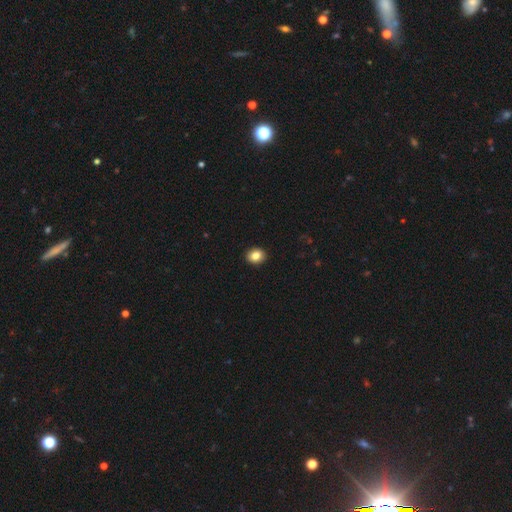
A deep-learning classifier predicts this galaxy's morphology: smooth-or-featured: smooth: 85% | star or artifact: 9% | featured or disk: 6%
  how-rounded: round: 59% | in between: 40% | cigar-shaped: 1%
  merging: none: 93% | minor disturbance: 5% | major disturbance: 1% | merger: 1%